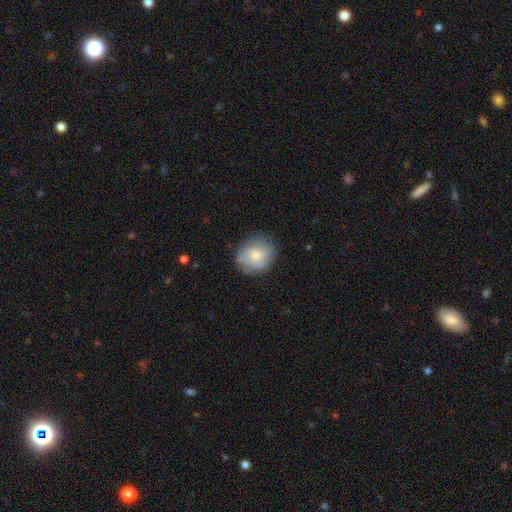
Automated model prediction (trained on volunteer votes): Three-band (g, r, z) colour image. It shows a smooth galaxy with no disk features (66%) that is round (76%). Merging: none (74%).